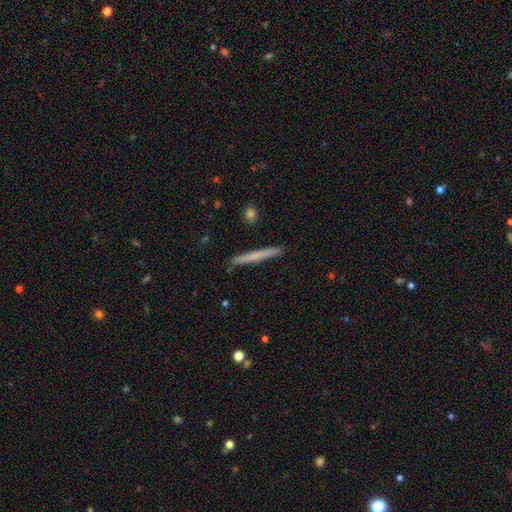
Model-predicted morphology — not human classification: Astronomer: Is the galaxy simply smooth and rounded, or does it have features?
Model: smooth — 61%.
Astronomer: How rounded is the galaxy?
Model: cigar-shaped — 97%.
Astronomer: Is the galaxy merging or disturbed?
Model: none — 91%.